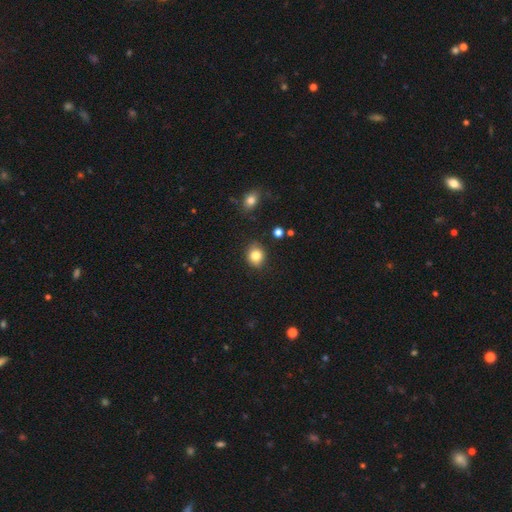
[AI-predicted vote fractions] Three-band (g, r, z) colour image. It shows a smooth galaxy with no disk features (82%) that is round (73%). Merging: none (85%).